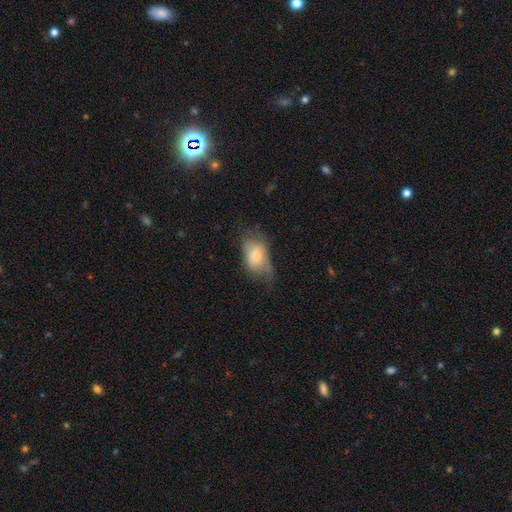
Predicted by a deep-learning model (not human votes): A smooth galaxy with no disk features (67%) that is in between round and cigar-shaped (89%).

Vote fractions:
- Smooth or featured? smooth: 67% / featured or disk: 25% / star or artifact: 7%
- How rounded? in between: 89% / round: 9% / cigar-shaped: 2%
- Merging? none: 36% / minor disturbance: 34% / major disturbance: 28% / merger: 2%